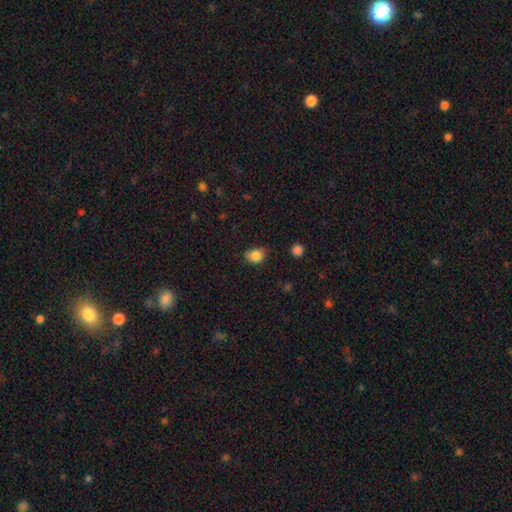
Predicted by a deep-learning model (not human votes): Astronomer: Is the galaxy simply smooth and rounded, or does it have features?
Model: smooth — 84%.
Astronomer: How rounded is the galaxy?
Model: round — 51% (runner-up: in between, 48%).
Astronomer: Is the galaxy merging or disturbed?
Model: none — 66%.